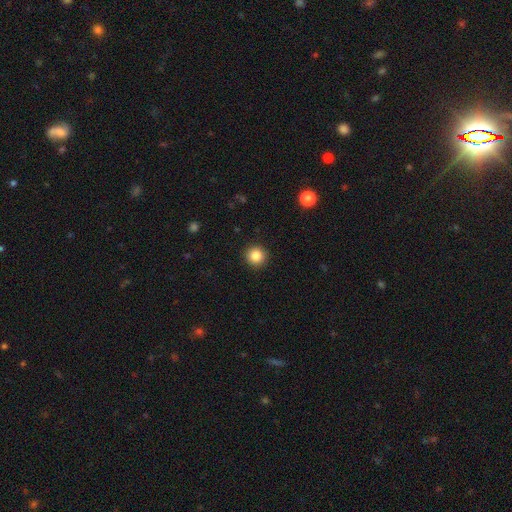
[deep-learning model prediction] smooth 86%, star or artifact 10%, featured or disk 4%. Down the decision tree: how rounded — round (95%); merging — none (92%).